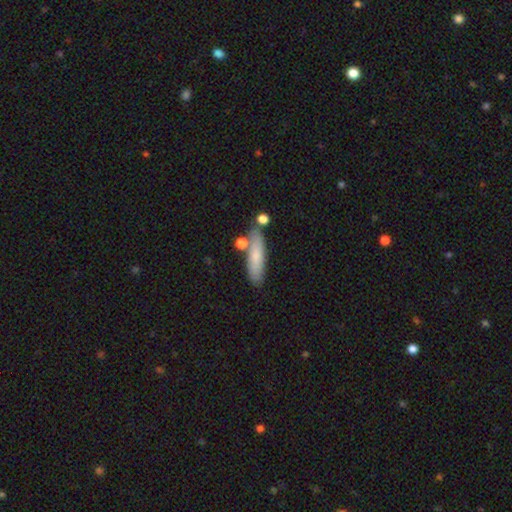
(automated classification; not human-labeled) Smooth or featured? smooth (75%)
How rounded? cigar-shaped (68%)
Merging? none (72%)